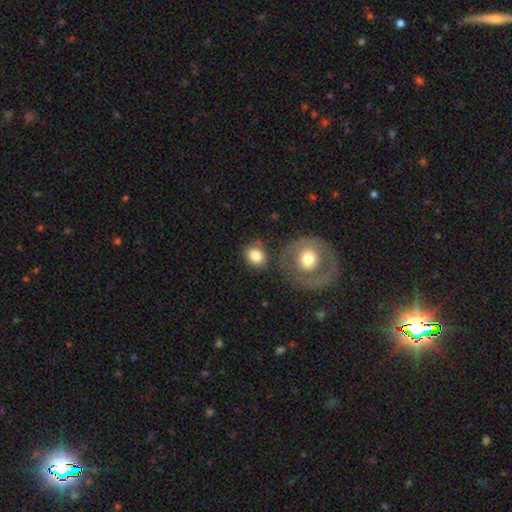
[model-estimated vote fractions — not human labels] A smooth galaxy with no disk features (81%) that is round (71%). Merging: none (71%).